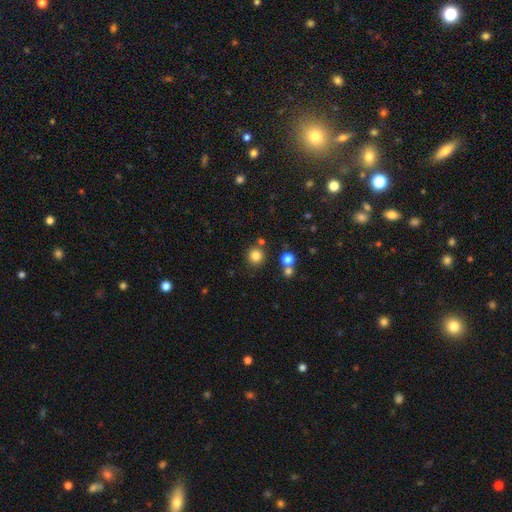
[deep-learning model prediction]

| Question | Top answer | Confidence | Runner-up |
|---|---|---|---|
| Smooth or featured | smooth | 82% | star or artifact (13%) |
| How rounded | round | 92% | in between (7%) |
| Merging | none | 81% | merger (8%) |